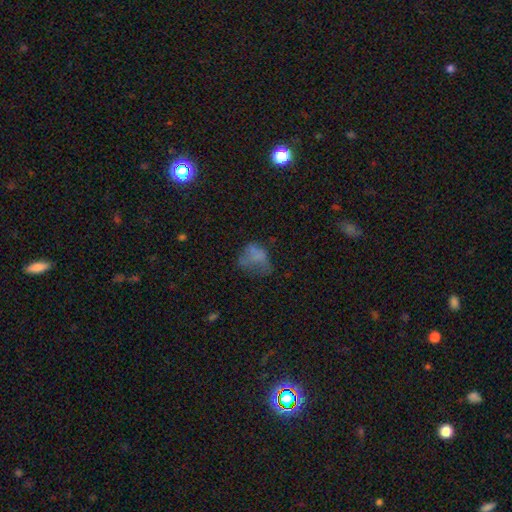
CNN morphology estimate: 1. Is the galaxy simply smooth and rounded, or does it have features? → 57% smooth, 27% featured or disk, 16% star or artifact.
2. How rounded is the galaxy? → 65% in between, 33% round, 2% cigar-shaped.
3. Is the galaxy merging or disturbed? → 38% major disturbance, 33% none, 24% minor disturbance, 5% merger.